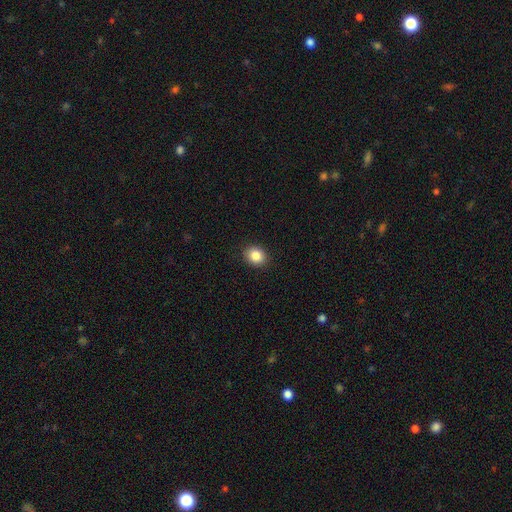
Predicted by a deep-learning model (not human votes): A smooth galaxy with no disk features (86%) that is round (58%).

Vote fractions:
- Smooth or featured? smooth: 86% / star or artifact: 9% / featured or disk: 5%
- How rounded? round: 58% / in between: 41% / cigar-shaped: 1%
- Merging? none: 91% / minor disturbance: 7% / major disturbance: 2% / merger: 1%